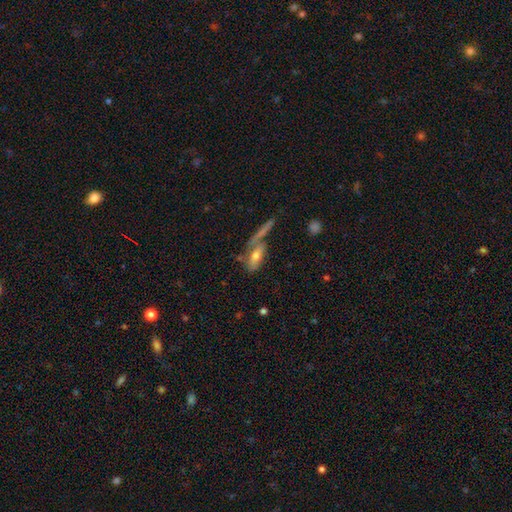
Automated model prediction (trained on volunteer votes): smooth_or_featured: smooth (p=0.49) [alt: featured or disk p=0.41]
merging: none (p=0.41) [alt: merger p=0.31]